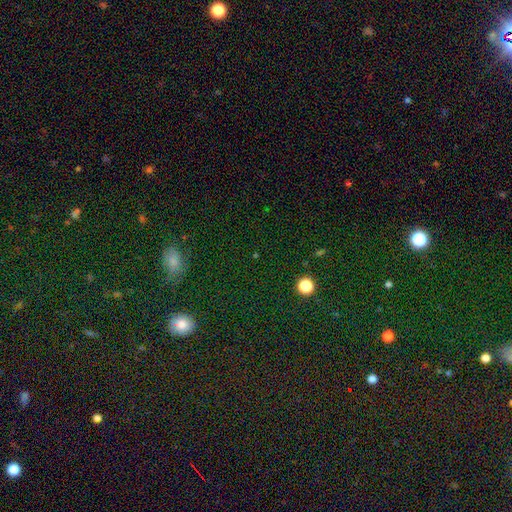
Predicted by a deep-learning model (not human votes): Morphology: type=star or artifact (54%).